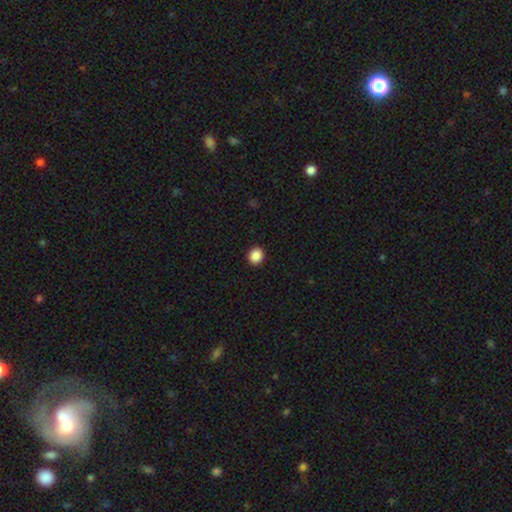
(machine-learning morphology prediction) This is clearly a smooth galaxy (88%). How rounded: clearly round (85%). Merging: clearly none (93%).